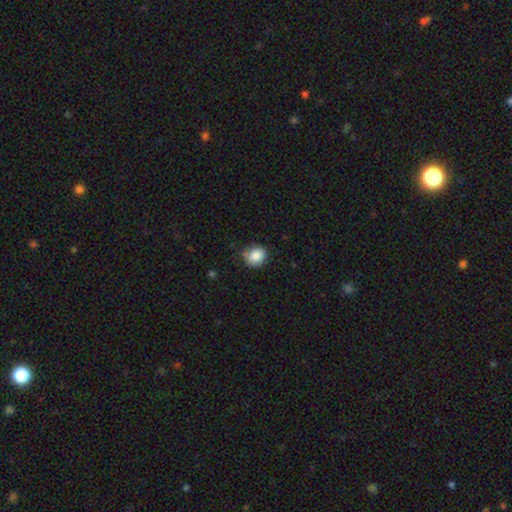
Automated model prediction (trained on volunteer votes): A smooth galaxy with no disk features (86%) that is round (75%).

Vote fractions:
- Smooth or featured? smooth: 86% / star or artifact: 9% / featured or disk: 6%
- How rounded? round: 75% / in between: 24% / cigar-shaped: 1%
- Merging? none: 70% / minor disturbance: 23% / major disturbance: 4% / merger: 3%